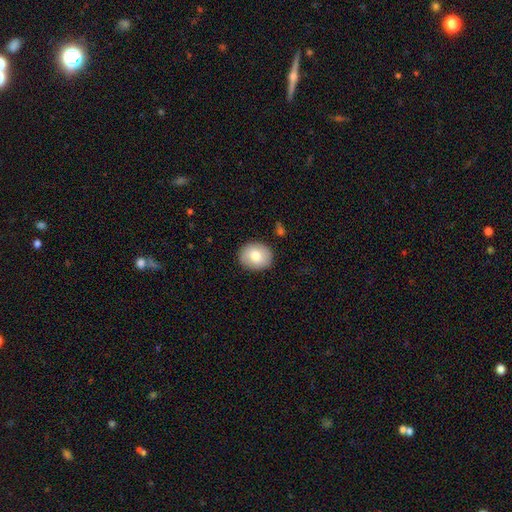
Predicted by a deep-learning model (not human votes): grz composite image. It shows a smooth galaxy with no disk features (76%) that is round (73%). Merging: none (87%).